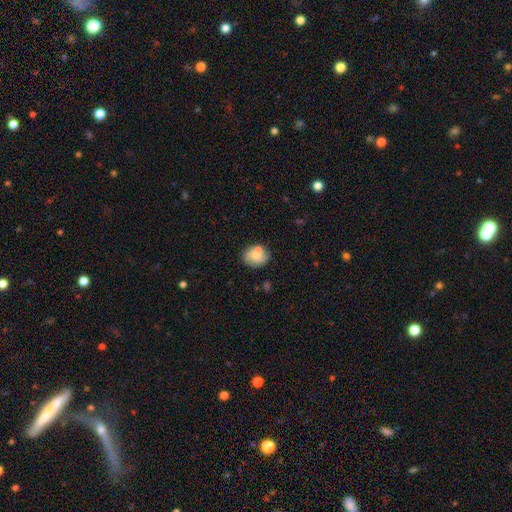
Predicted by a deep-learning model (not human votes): This is likely a smooth galaxy (66%). How rounded: possibly round (56%). Merging: possibly none (58%).